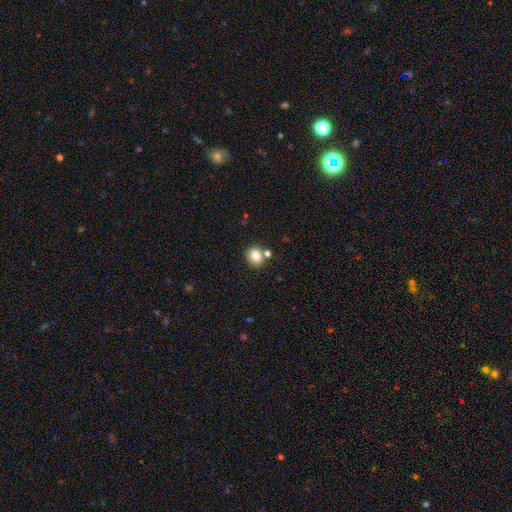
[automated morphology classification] Smooth or featured: smooth — 82% (star or artifact — 11%)
How rounded: round — 65% (in between — 34%)
Merging: none — 71% (merger — 15%)